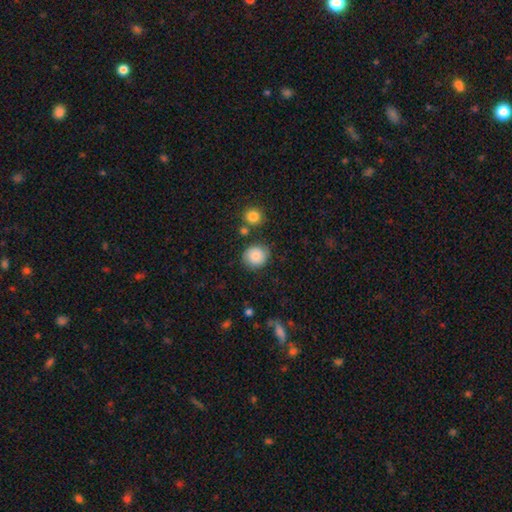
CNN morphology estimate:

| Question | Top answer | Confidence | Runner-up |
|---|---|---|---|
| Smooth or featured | smooth | 82% | featured or disk (9%) |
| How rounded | round | 85% | in between (14%) |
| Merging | none | 81% | minor disturbance (12%) |